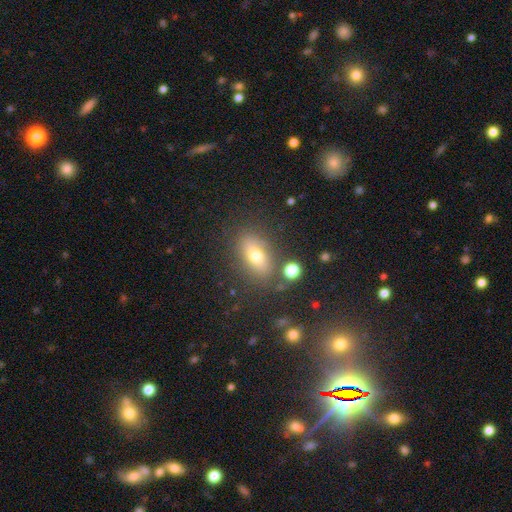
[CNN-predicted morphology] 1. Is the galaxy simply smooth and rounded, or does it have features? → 67% smooth, 22% featured or disk, 11% star or artifact.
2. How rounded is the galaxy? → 79% in between, 10% round, 10% cigar-shaped.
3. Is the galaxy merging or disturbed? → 76% none, 14% minor disturbance, 5% major disturbance, 5% merger.